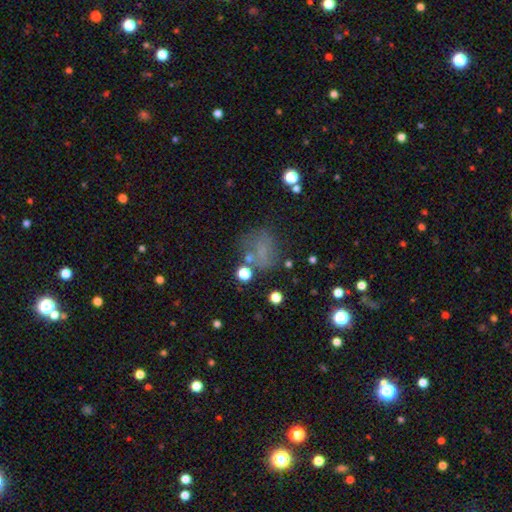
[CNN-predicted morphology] Smooth or featured? Predicted: smooth (p=0.54). How rounded? Predicted: round (p=0.53). Merging? Predicted: none (p=0.54).